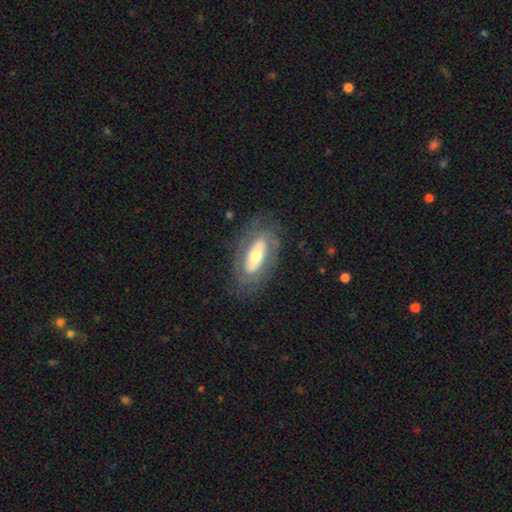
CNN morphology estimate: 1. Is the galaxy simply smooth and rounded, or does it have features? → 66% featured or disk, 28% smooth, 6% star or artifact.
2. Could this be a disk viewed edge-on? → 88% no, 12% yes.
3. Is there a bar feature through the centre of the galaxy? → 52% no, 24% strong, 24% weak.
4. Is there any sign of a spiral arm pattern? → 58% yes, 42% no.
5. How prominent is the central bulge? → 57% moderate, 29% small, 11% large, 2% dominant, 1% none.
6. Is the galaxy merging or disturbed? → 77% none, 14% minor disturbance, 8% major disturbance, 1% merger.